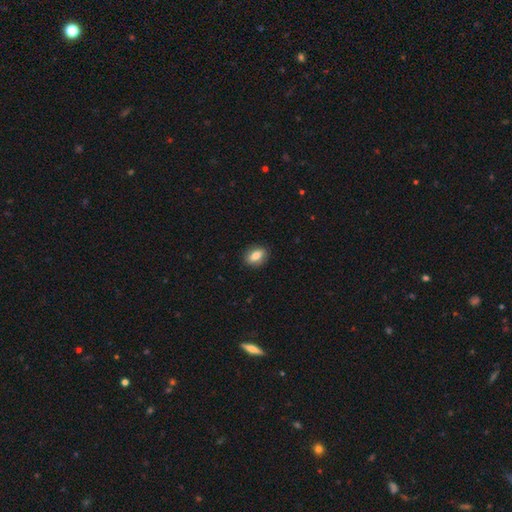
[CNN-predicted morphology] type=smooth (80%); roundness=in between (81%); merging=none (85%).